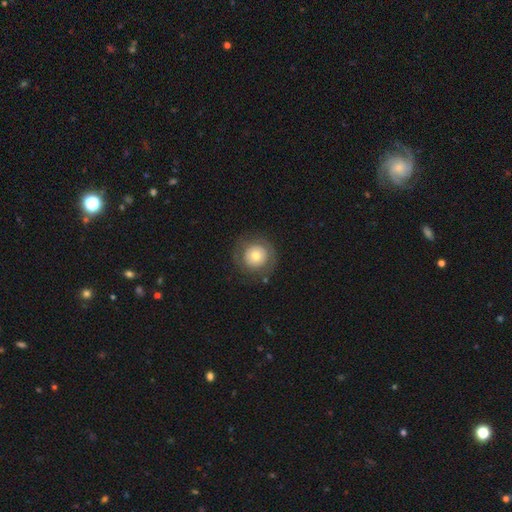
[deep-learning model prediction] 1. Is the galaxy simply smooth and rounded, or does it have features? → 59% smooth, 33% featured or disk, 8% star or artifact.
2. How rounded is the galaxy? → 93% round, 6% in between, 1% cigar-shaped.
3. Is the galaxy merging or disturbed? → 78% none, 13% minor disturbance, 8% major disturbance, 1% merger.